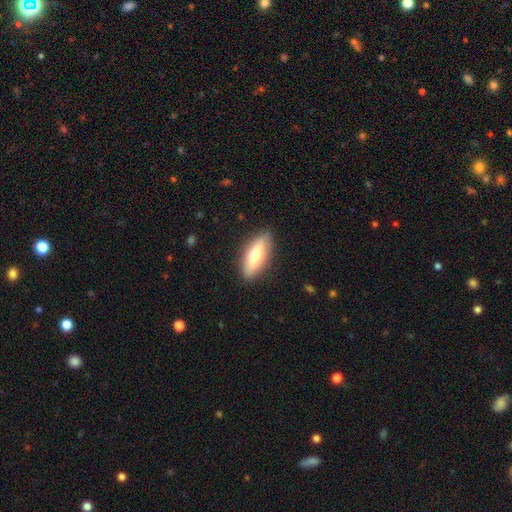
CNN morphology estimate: Q: Smooth or featured?
A: smooth (63%); runner-up: featured or disk (31%)
Q: How rounded?
A: in between (64%); runner-up: cigar-shaped (34%)
Q: Merging?
A: none (87%); runner-up: minor disturbance (10%)